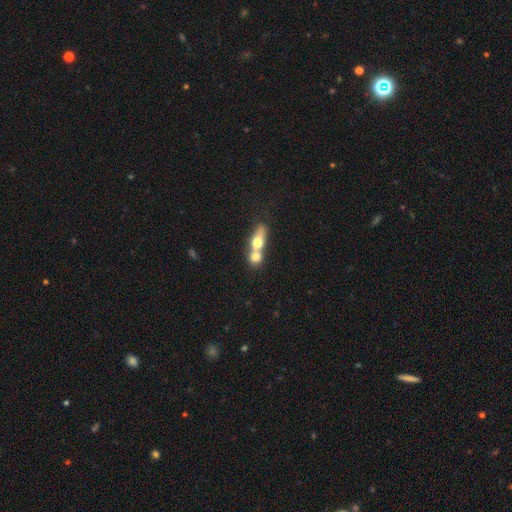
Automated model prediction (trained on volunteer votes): Q: Smooth or featured?
A: smooth (58%); runner-up: featured or disk (25%)
Q: How rounded?
A: in between (63%); runner-up: round (19%)
Q: Merging?
A: merger (45%); runner-up: none (40%)